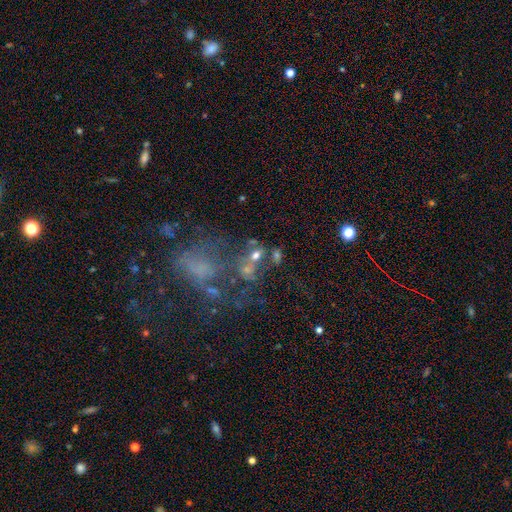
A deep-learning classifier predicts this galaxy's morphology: Q: Smooth or featured?
A: smooth (49%); runner-up: featured or disk (29%)
Q: Merging?
A: none (36%); runner-up: merger (34%)